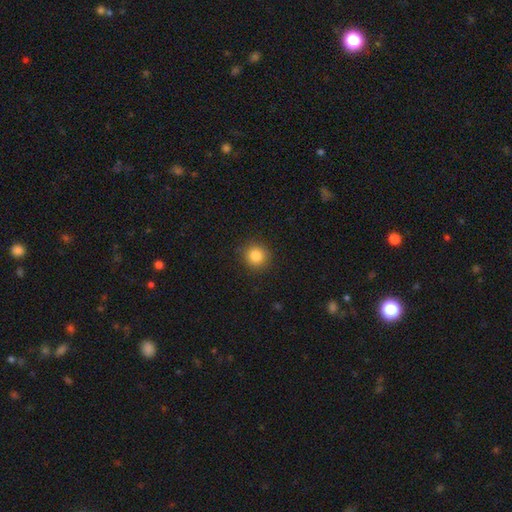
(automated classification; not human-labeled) Smooth or featured: smooth — 84% (star or artifact — 11%)
How rounded: round — 93% (in between — 6%)
Merging: none — 91% (minor disturbance — 6%)